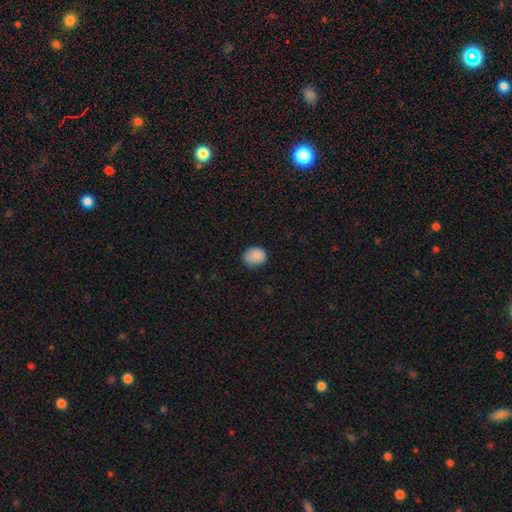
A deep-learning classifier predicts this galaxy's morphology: Smooth or featured?
  - smooth: 87% *
  - star or artifact: 8%
  - featured or disk: 5%
How rounded?
  - round: 58% *
  - in between: 41%
  - cigar-shaped: 1%
Merging?
  - none: 74% *
  - minor disturbance: 22%
  - major disturbance: 4%
  - merger: 1%